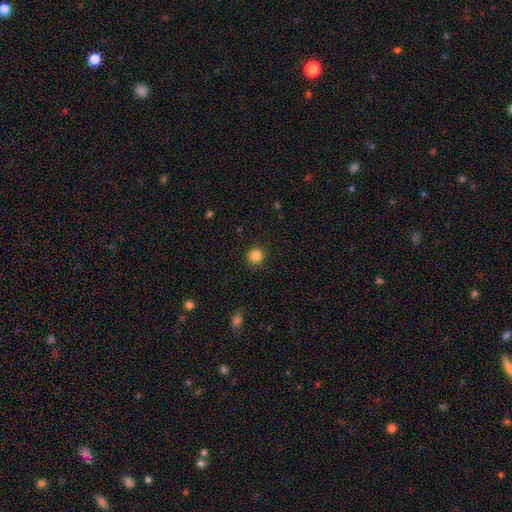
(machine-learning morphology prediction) smooth 85%, star or artifact 11%, featured or disk 4%. Down the decision tree: how rounded — round (92%); merging — none (91%).